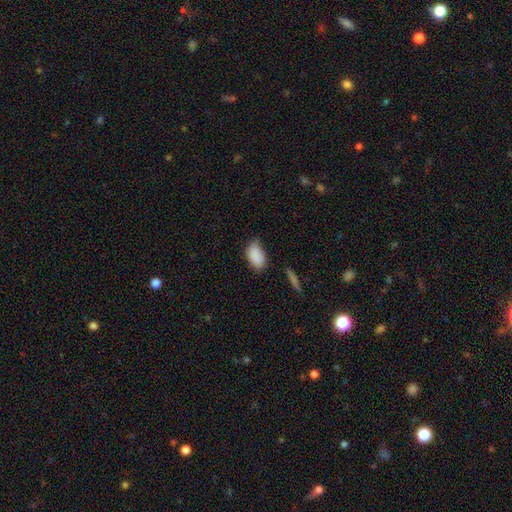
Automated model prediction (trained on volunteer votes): smooth_or_featured: smooth (p=0.88) [alt: star or artifact p=0.07]
how_rounded: in between (p=0.92) [alt: round p=0.06]
merging: none (p=0.63) [alt: minor disturbance p=0.28]